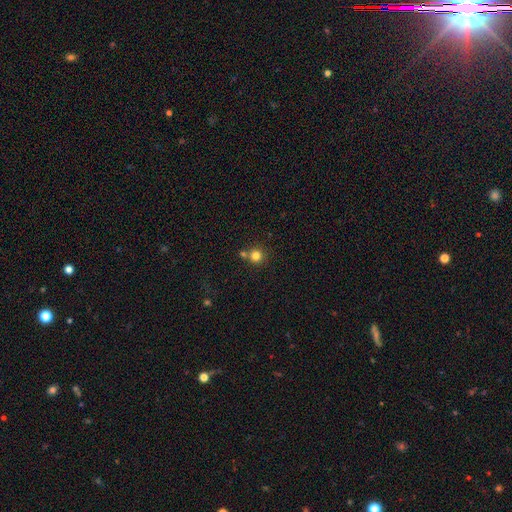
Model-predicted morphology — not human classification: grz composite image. It shows a smooth galaxy with no disk features (81%) that is round (93%). Merging: none (65%).